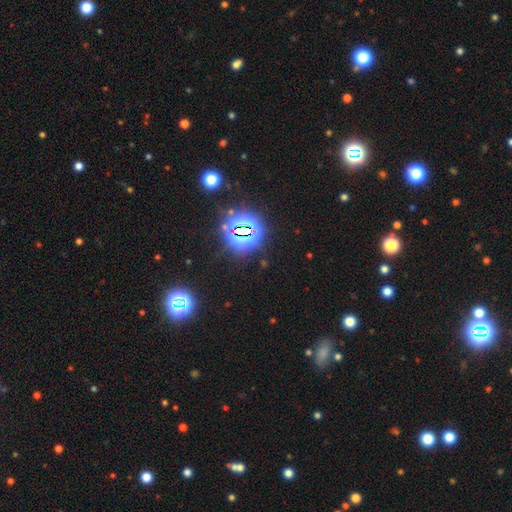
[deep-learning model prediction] A star or artifact, not a galaxy (81%).